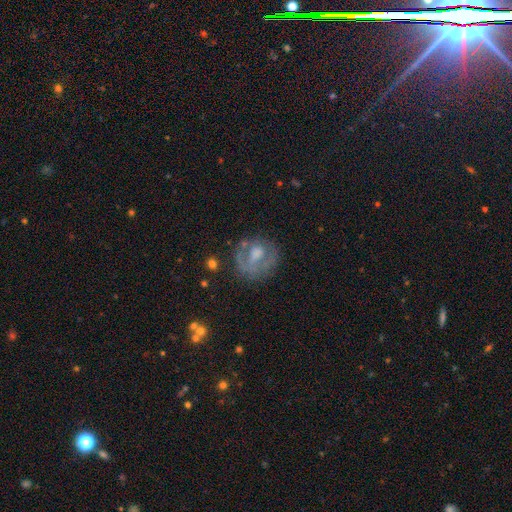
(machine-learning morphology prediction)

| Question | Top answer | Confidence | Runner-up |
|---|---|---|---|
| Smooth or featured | featured or disk | 55% | smooth (34%) |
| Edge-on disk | no | 96% | yes (4%) |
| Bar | no | 62% | weak (29%) |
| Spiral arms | no | 57% | yes (43%) |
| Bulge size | moderate | 44% | none (21%) |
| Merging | none | 59% | minor disturbance (21%) |